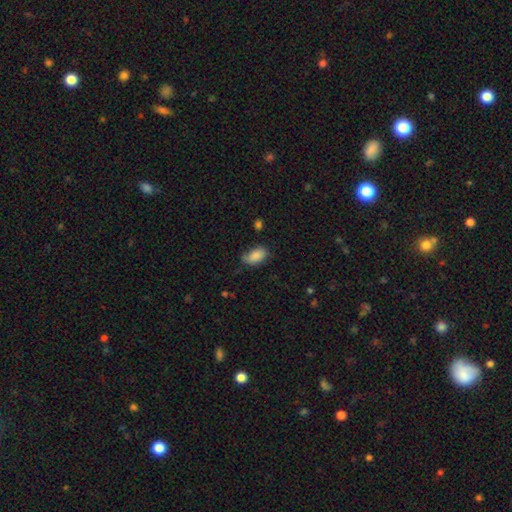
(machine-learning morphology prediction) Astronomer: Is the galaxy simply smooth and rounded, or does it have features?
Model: smooth — 84%.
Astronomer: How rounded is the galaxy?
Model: in between — 93%.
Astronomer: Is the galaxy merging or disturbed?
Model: none — 61%.